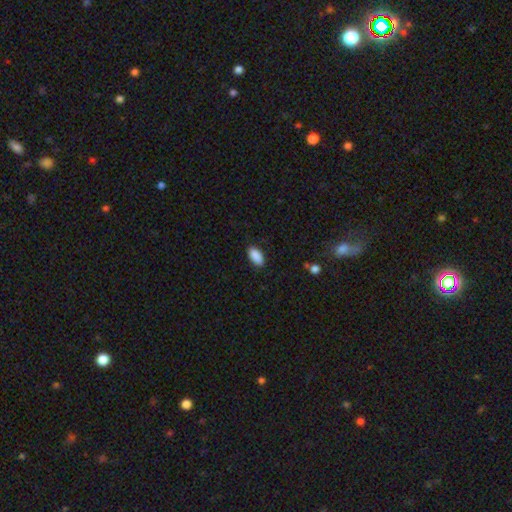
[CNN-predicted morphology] Smooth or featured?
  - smooth: 90% *
  - star or artifact: 7%
  - featured or disk: 3%
How rounded?
  - in between: 93% *
  - cigar-shaped: 5%
  - round: 3%
Merging?
  - none: 87% *
  - minor disturbance: 9%
  - major disturbance: 2%
  - merger: 1%